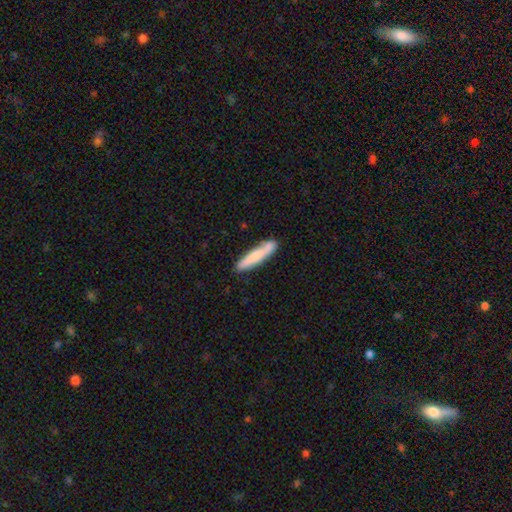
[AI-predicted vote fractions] smooth 73%, featured or disk 22%, star or artifact 5%. Down the decision tree: how rounded — cigar-shaped (91%); merging — none (77%).